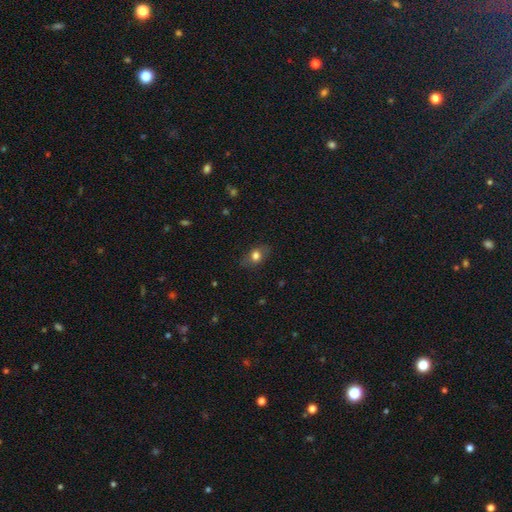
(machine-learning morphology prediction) smooth_or_featured: smooth (p=0.74) [alt: featured or disk p=0.15]
how_rounded: in between (p=0.67) [alt: round p=0.31]
merging: none (p=0.79) [alt: minor disturbance p=0.15]